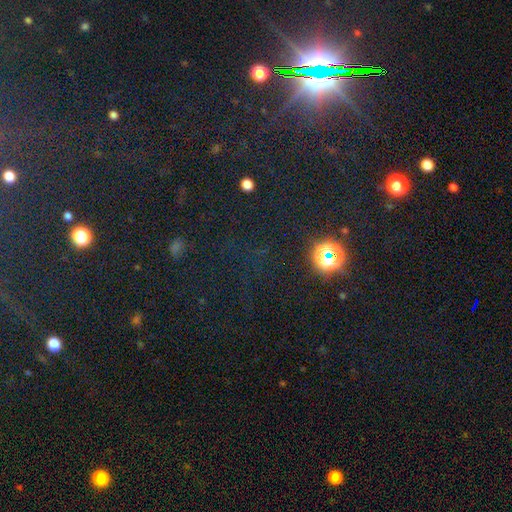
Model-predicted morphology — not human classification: Smooth or featured?
  - star or artifact: 77% *
  - smooth: 15%
  - featured or disk: 8%